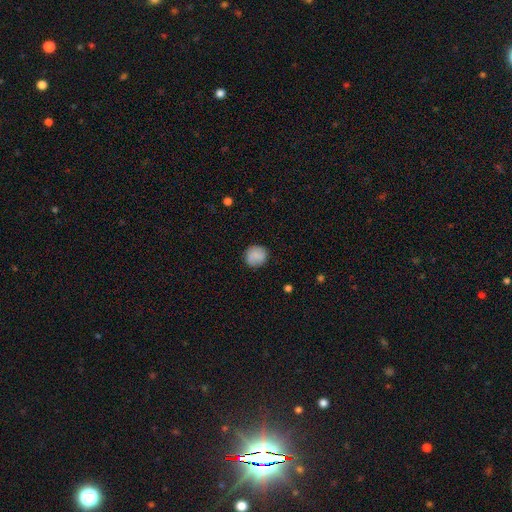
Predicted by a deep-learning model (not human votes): Morphology: type=smooth (84%); roundness=round (87%); merging=none (84%).